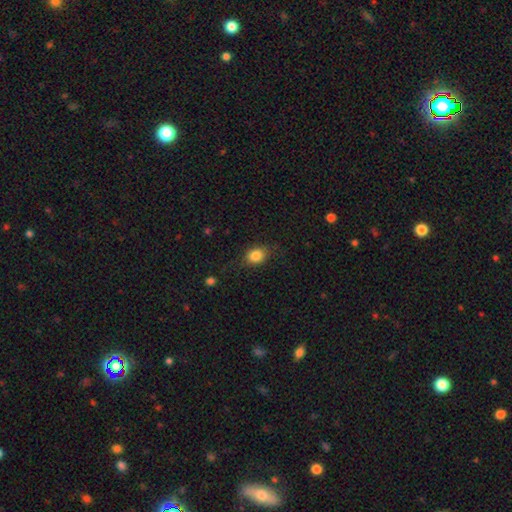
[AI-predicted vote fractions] smooth 84%, star or artifact 9%, featured or disk 7%. Down the decision tree: how rounded — in between (54%); merging — none (76%).